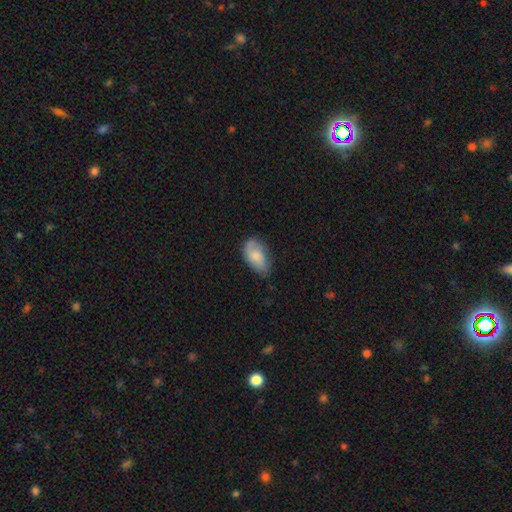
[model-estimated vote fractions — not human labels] A smooth galaxy with no disk features (70%) that is in between round and cigar-shaped (93%).

Vote fractions:
- Smooth or featured? smooth: 70% / featured or disk: 23% / star or artifact: 7%
- How rounded? in between: 93% / round: 4% / cigar-shaped: 3%
- Merging? none: 62% / minor disturbance: 29% / major disturbance: 8% / merger: 2%